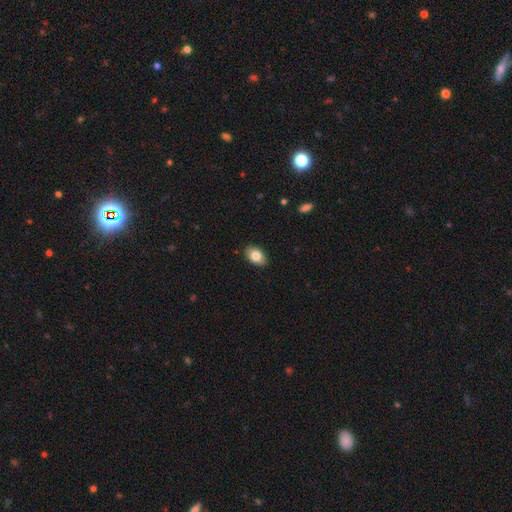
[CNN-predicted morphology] smooth 82%, featured or disk 10%, star or artifact 7%. Down the decision tree: how rounded — in between (88%); merging — none (89%).